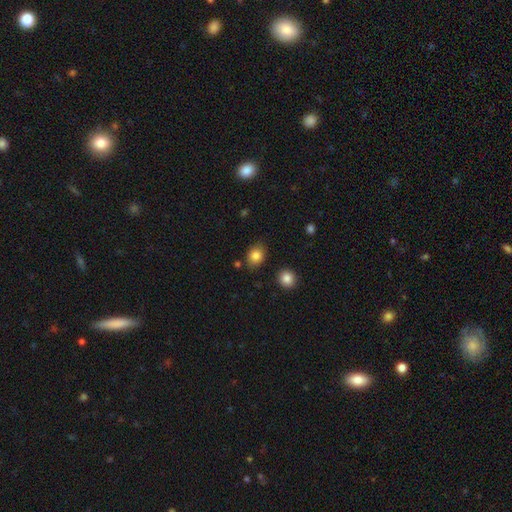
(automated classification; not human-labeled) A smooth galaxy with no disk features (84%) that is in between round and cigar-shaped (53%).

Vote fractions:
- Smooth or featured? smooth: 84% / star or artifact: 9% / featured or disk: 6%
- How rounded? in between: 53% / round: 46% / cigar-shaped: 1%
- Merging? none: 81% / minor disturbance: 13% / merger: 3% / major disturbance: 3%